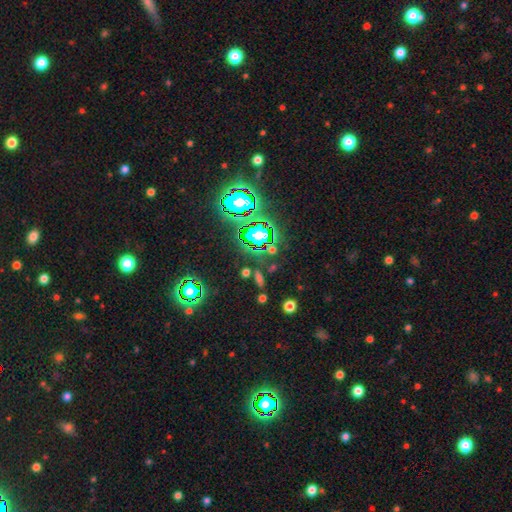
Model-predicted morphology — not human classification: This is clearly a star or artifact rather than a galaxy (82%).